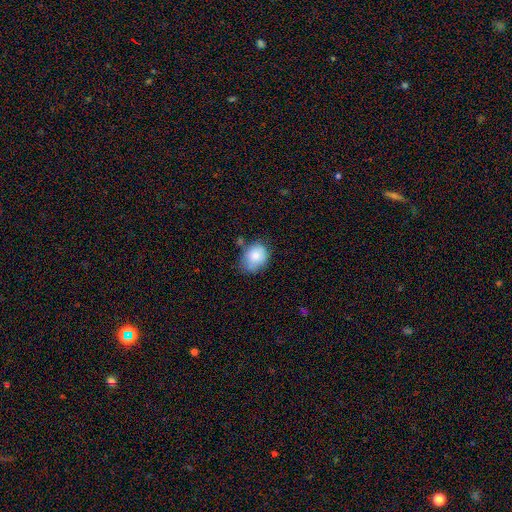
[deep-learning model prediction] Smooth or featured? Predicted: smooth (p=0.79). How rounded? Predicted: in between (p=0.56). Merging? Predicted: none (p=0.54).